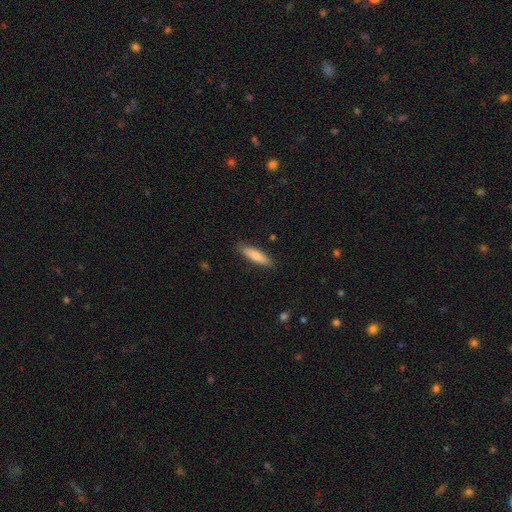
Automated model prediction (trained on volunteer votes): A smooth galaxy with no disk features (79%) that is cigar-shaped (76%).

Vote fractions:
- Smooth or featured? smooth: 79% / featured or disk: 15% / star or artifact: 6%
- How rounded? cigar-shaped: 76% / in between: 23% / round: 1%
- Merging? none: 87% / minor disturbance: 10% / major disturbance: 2% / merger: 1%